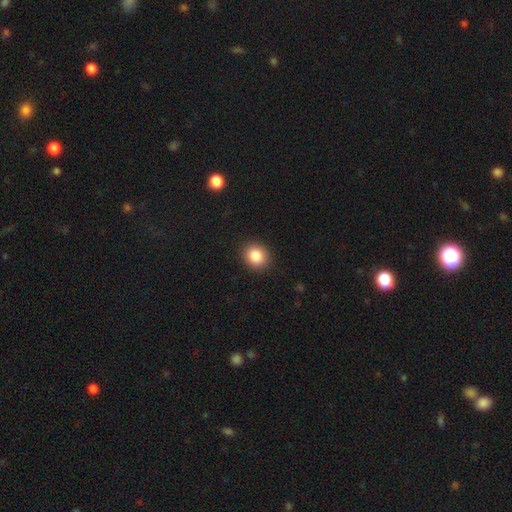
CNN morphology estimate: Smooth or featured? Predicted: smooth (p=0.86). How rounded? Predicted: round (p=0.71). Merging? Predicted: none (p=0.90).